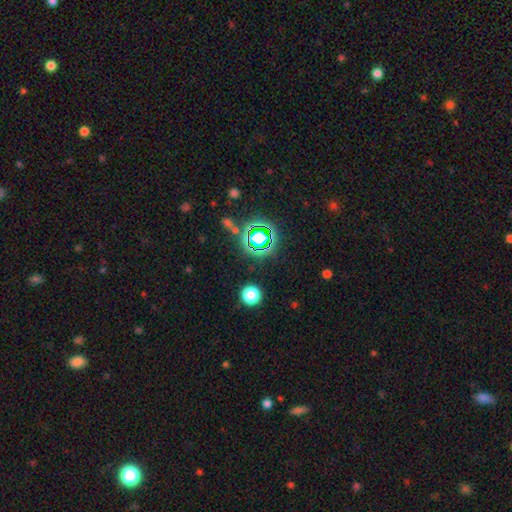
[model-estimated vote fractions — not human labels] smooth-or-featured: star or artifact: 65% | smooth: 27% | featured or disk: 8%